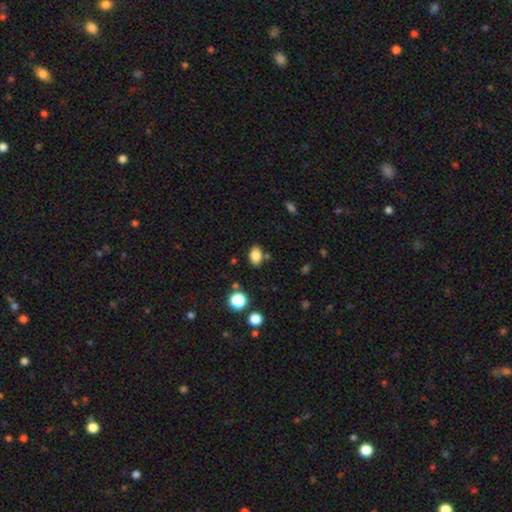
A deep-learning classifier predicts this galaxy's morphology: Overall: smooth (84%). How rounded: in between (78%). Merging: none (79%).